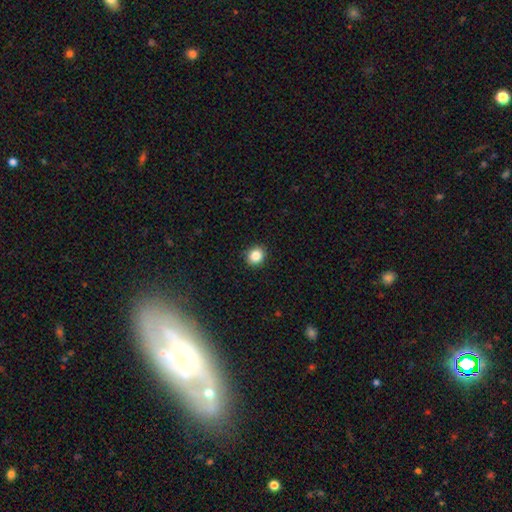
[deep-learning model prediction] A smooth galaxy with no disk features (85%) that is round (81%). Merging: none (91%).